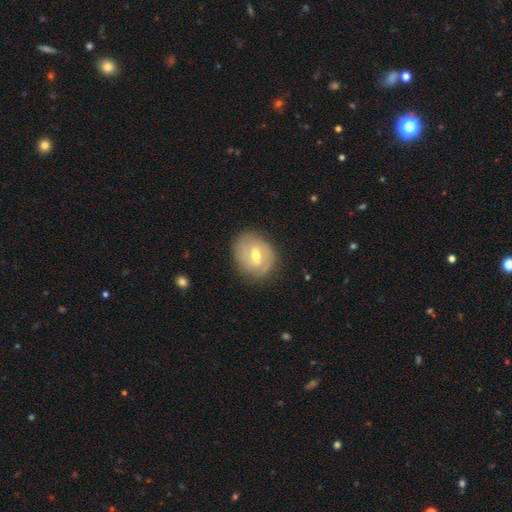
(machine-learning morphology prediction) type=featured or disk (58%); edge-on=no (95%); bar=weak (57%); spiral arms=yes (63%); bulge=moderate (63%); merging=none (78%).